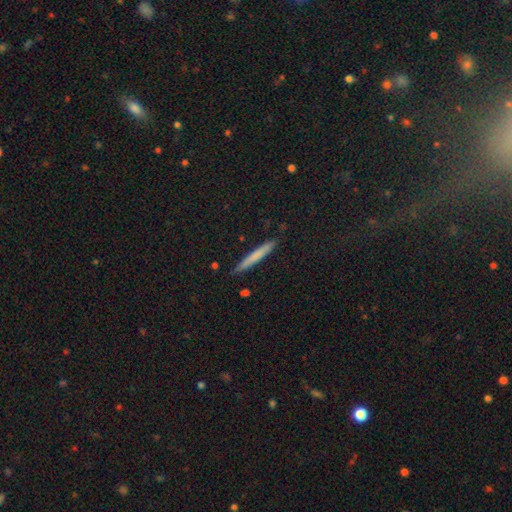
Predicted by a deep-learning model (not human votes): smooth-or-featured: smooth: 69% | featured or disk: 25% | star or artifact: 6%
  how-rounded: cigar-shaped: 96% | in between: 2% | round: 1%
  merging: none: 88% | minor disturbance: 9% | major disturbance: 1% | merger: 1%